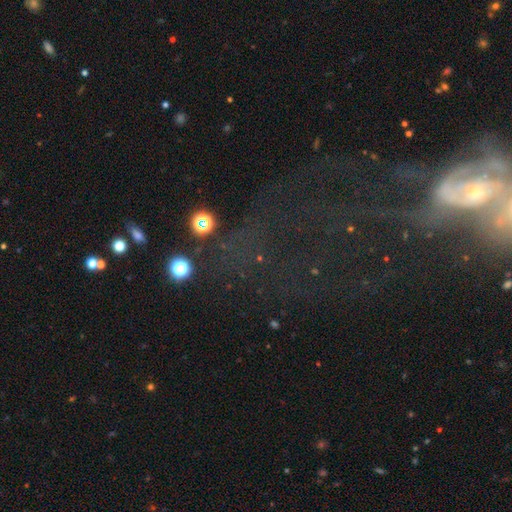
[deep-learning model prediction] Overall: star or artifact (58%; featured or disk 23%).